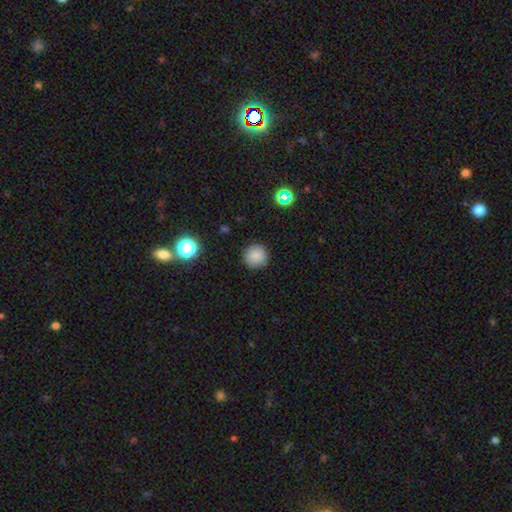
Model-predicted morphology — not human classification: smooth-or-featured: smooth: 84% | star or artifact: 11% | featured or disk: 5%
  how-rounded: round: 95% | in between: 5% | cigar-shaped: 1%
  merging: none: 89% | minor disturbance: 7% | major disturbance: 2% | merger: 1%